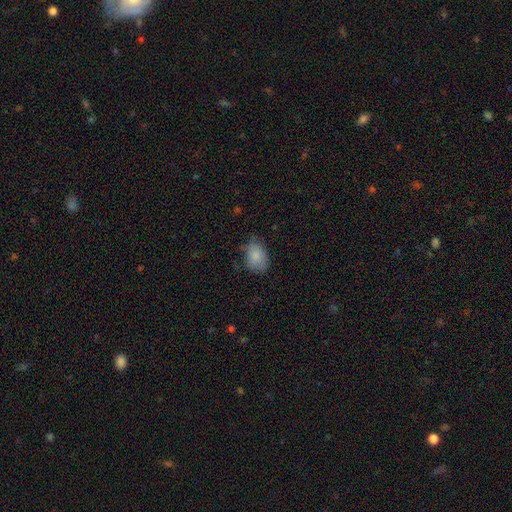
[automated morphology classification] A smooth galaxy with no disk features (85%) that is in between round and cigar-shaped (81%). Merging: none (65%).